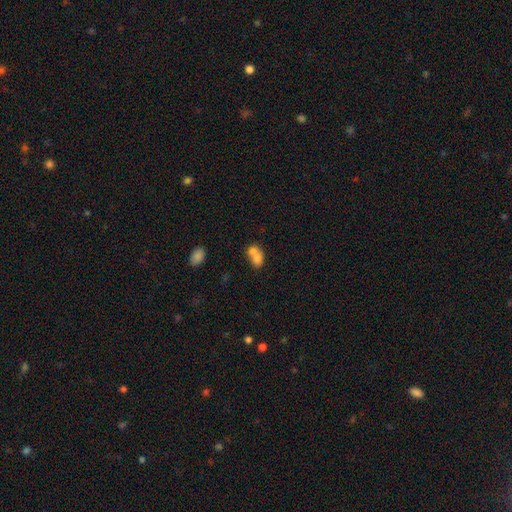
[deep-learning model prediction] A smooth galaxy with no disk features (73%) that is in between round and cigar-shaped (58%). Merging: merger (70%).